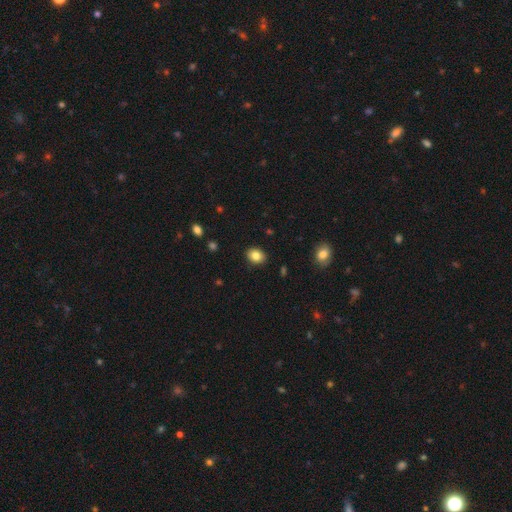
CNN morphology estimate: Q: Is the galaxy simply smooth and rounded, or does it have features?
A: smooth — 83%.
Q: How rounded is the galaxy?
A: in between — 58%.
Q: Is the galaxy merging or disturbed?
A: none — 89%.